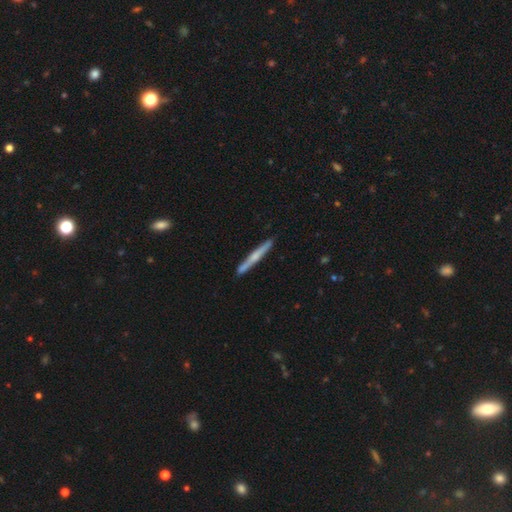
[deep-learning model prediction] Q: Smooth or featured?
A: featured or disk (51%); runner-up: smooth (44%)
Q: Edge-on disk?
A: yes (97%); runner-up: no (3%)
Q: Merging?
A: none (90%); runner-up: minor disturbance (7%)